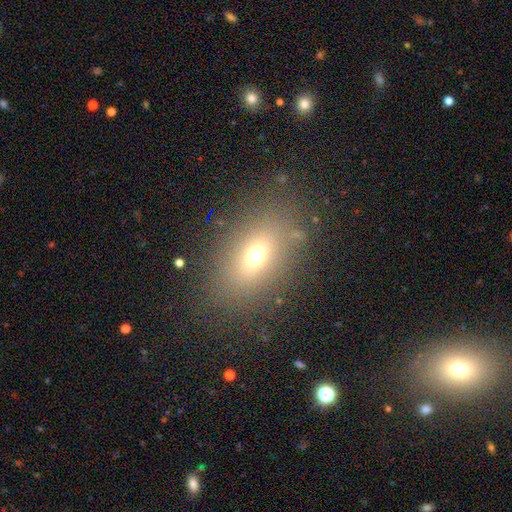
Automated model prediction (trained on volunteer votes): Smooth or featured: smooth — 65% (featured or disk — 17%)
How rounded: in between — 78% (round — 17%)
Merging: none — 82% (minor disturbance — 10%)